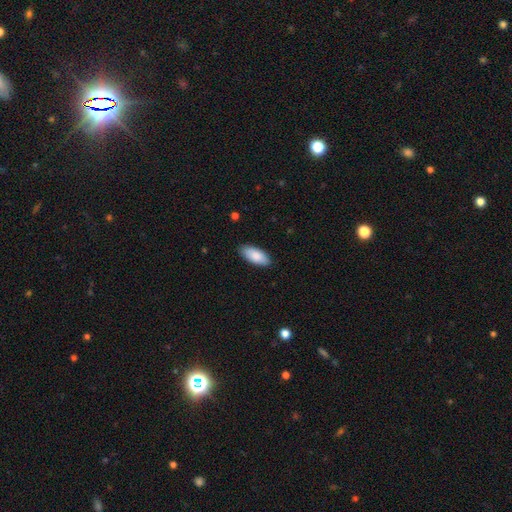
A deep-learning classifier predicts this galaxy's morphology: A smooth galaxy with no disk features (87%) that is in between round and cigar-shaped (87%).

Vote fractions:
- Smooth or featured? smooth: 87% / featured or disk: 8% / star or artifact: 5%
- How rounded? in between: 87% / cigar-shaped: 12% / round: 2%
- Merging? none: 87% / minor disturbance: 10% / major disturbance: 2% / merger: 1%